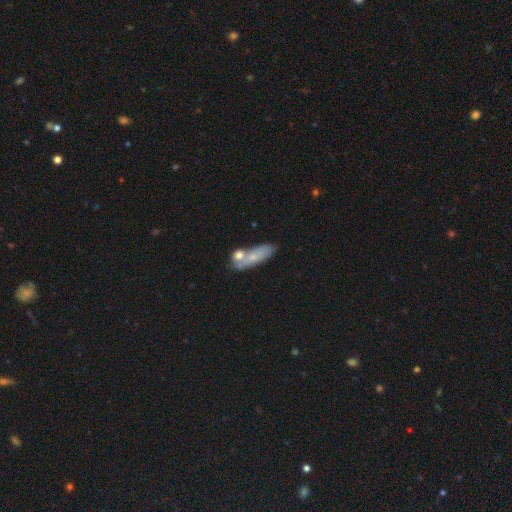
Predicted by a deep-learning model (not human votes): Smooth or featured: smooth — 60% (featured or disk — 33%)
How rounded: in between — 61% (cigar-shaped — 34%)
Merging: none — 43% (merger — 32%)